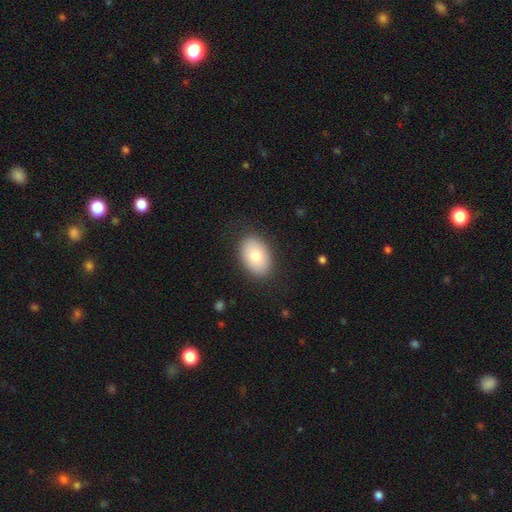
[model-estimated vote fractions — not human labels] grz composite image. It shows a smooth galaxy with no disk features (77%) that is in between round and cigar-shaped (87%). Merging: none (86%).